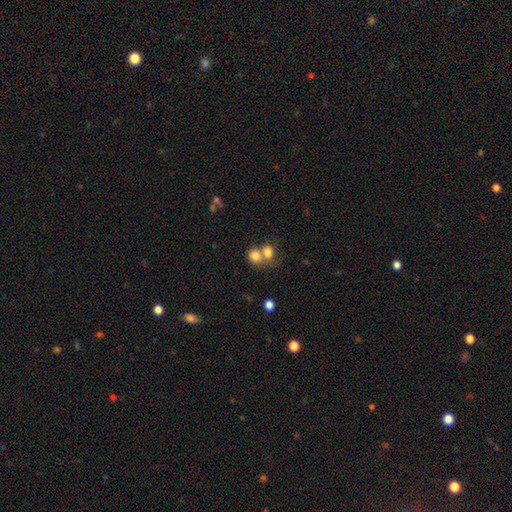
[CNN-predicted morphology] This appears to be a smooth galaxy with no disk features (79%) that is round (58%). Merging: merger (60%).